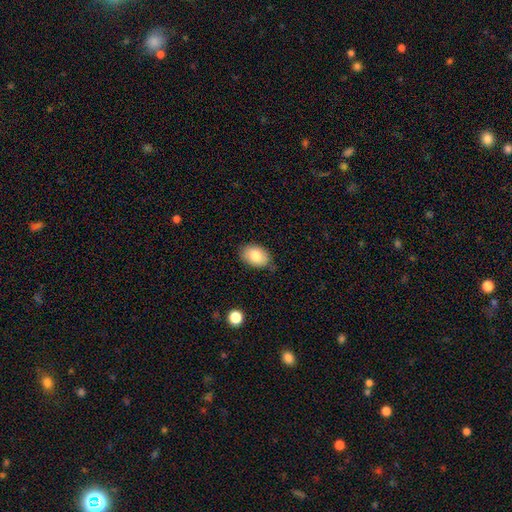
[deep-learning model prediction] smooth 83%, featured or disk 10%, star or artifact 7%. Down the decision tree: how rounded — in between (85%); merging — none (77%).